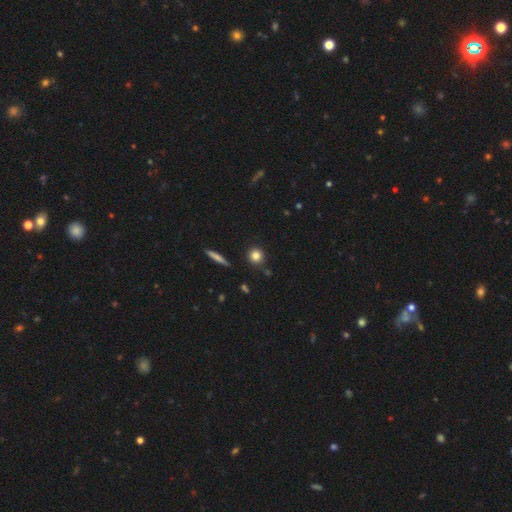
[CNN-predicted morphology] type=smooth (82%); roundness=round (91%); merging=none (86%).